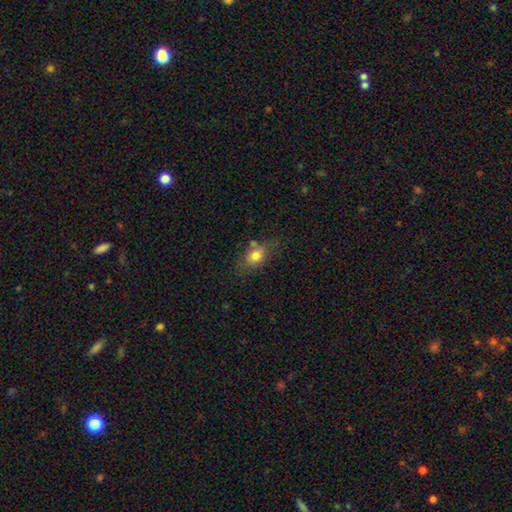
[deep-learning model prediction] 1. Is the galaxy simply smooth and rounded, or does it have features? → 76% smooth, 14% featured or disk, 9% star or artifact.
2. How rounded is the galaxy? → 68% in between, 30% round, 3% cigar-shaped.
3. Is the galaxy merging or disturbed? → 58% none, 24% minor disturbance, 10% merger, 8% major disturbance.